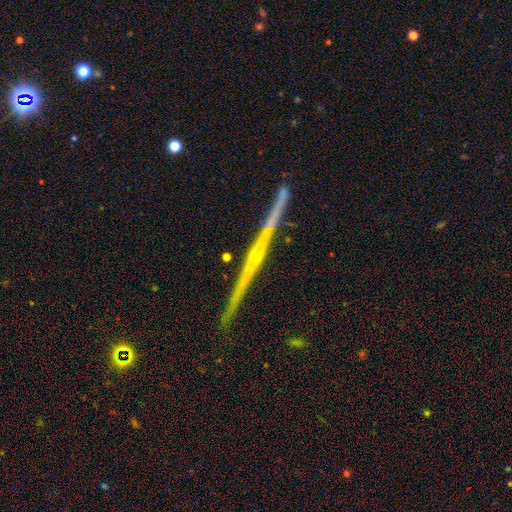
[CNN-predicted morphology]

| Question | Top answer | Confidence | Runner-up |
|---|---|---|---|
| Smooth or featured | featured or disk | 78% | smooth (13%) |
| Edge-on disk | yes | 98% | no (2%) |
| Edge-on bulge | none | 58% | rounded (34%) |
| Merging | none | 90% | minor disturbance (7%) |